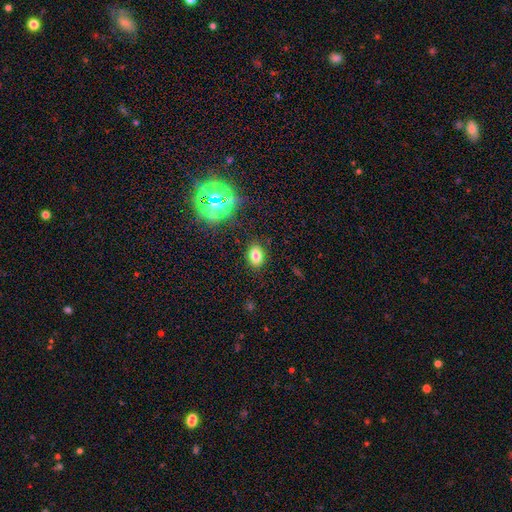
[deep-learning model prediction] This appears to be a smooth galaxy with no disk features (76%) that is in between round and cigar-shaped (78%). Merging: none (87%).